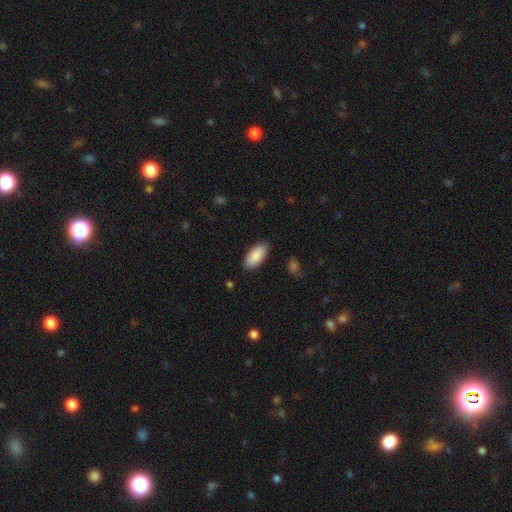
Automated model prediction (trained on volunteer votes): This is clearly a smooth galaxy (89%). How rounded: clearly in between (92%). Merging: clearly none (88%).